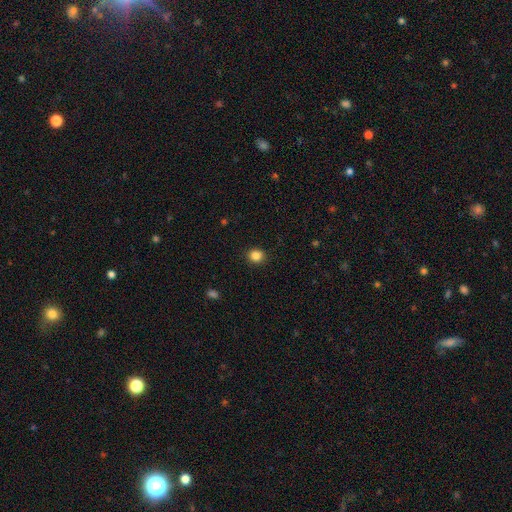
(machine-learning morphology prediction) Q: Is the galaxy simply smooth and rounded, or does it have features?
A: smooth — 85%.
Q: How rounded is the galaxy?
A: round — 82%.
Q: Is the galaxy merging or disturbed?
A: none — 91%.